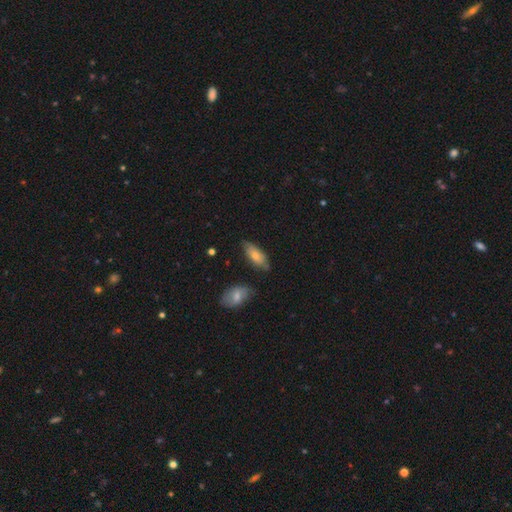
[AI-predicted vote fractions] Overall: smooth (70%). How rounded: in between (81%). Merging: none (66%).